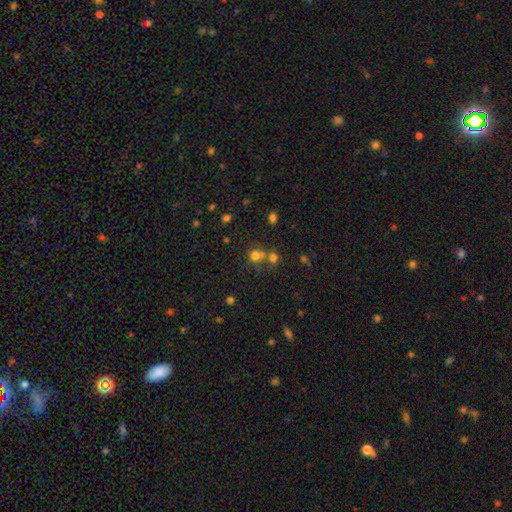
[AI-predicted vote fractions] Smooth or featured: smooth — 69% (star or artifact — 21%)
How rounded: round — 80% (in between — 19%)
Merging: none — 47% (merger — 39%)